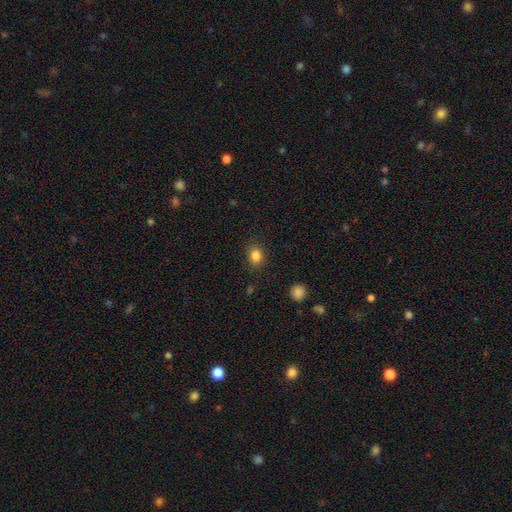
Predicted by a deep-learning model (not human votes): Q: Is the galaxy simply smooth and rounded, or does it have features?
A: smooth — 84%.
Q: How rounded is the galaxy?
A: in between — 55%.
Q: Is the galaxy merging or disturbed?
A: none — 86%.